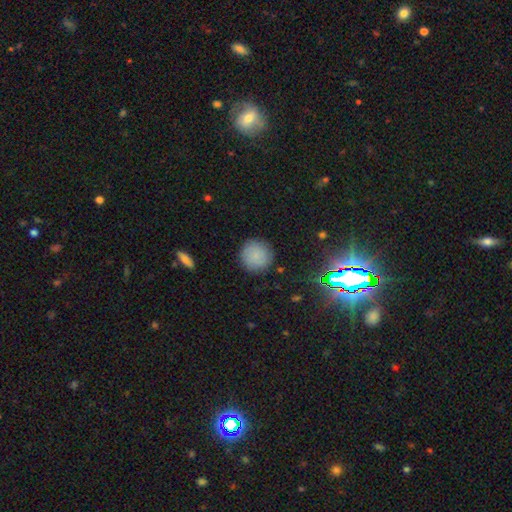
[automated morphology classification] Smooth or featured?
  - smooth: 80% *
  - featured or disk: 10%
  - star or artifact: 10%
How rounded?
  - round: 94% *
  - in between: 5%
  - cigar-shaped: 1%
Merging?
  - none: 86% *
  - minor disturbance: 10%
  - major disturbance: 3%
  - merger: 1%